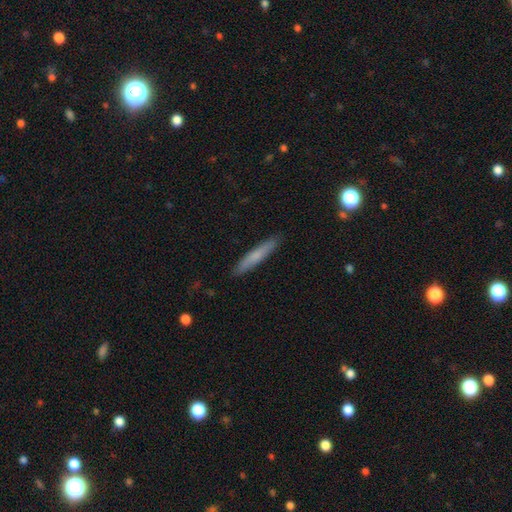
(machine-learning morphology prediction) This is likely a smooth galaxy (68%). How rounded: clearly cigar-shaped (93%). Merging: clearly none (90%).